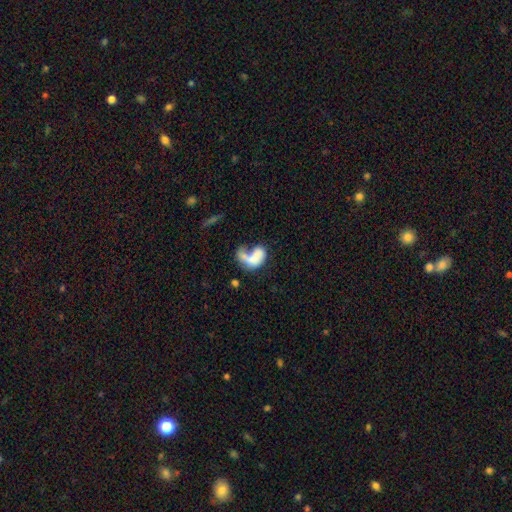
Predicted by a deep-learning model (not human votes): smooth 55%, featured or disk 37%, star or artifact 9%. Down the decision tree: how rounded — in between (84%); merging — major disturbance (36%).